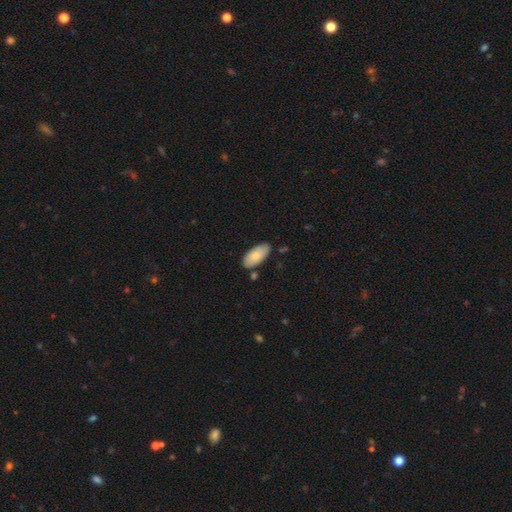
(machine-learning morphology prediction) Smooth or featured? smooth (78%)
How rounded? in between (93%)
Merging? none (79%)